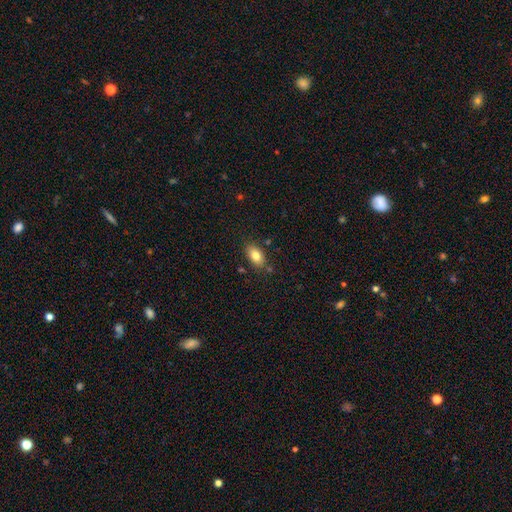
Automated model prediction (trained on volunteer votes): This is clearly a smooth galaxy (82%). How rounded: clearly in between (90%). Merging: clearly none (80%).